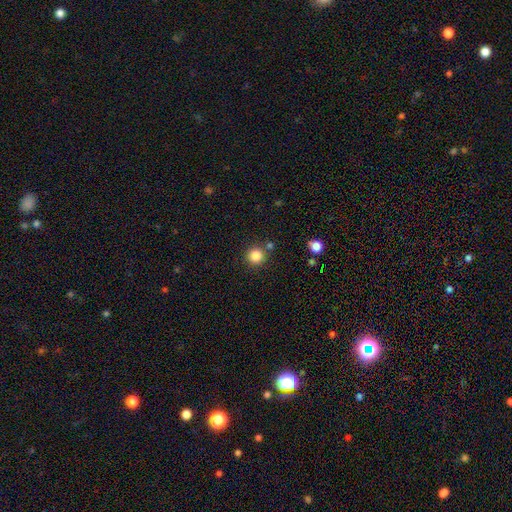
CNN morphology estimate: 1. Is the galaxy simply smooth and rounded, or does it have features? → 85% smooth, 11% star or artifact, 4% featured or disk.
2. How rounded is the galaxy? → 95% round, 4% in between, 1% cigar-shaped.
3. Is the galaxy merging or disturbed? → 84% none, 7% minor disturbance, 7% merger, 2% major disturbance.